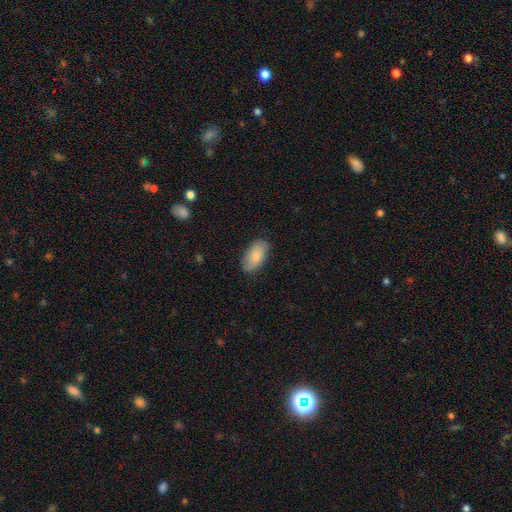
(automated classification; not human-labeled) Morphology: type=smooth (79%); roundness=in between (93%); merging=none (81%).